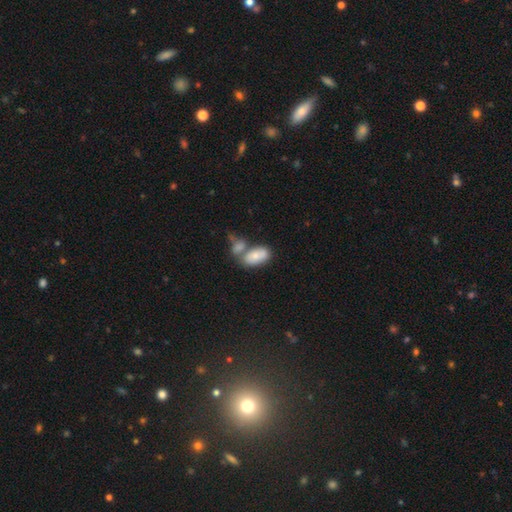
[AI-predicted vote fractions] The model was most divided on "merging": merger: 50%, none: 33%, minor disturbance: 12%, major disturbance: 5%. More confident: how rounded — in between (93%); smooth or featured — smooth (74%).